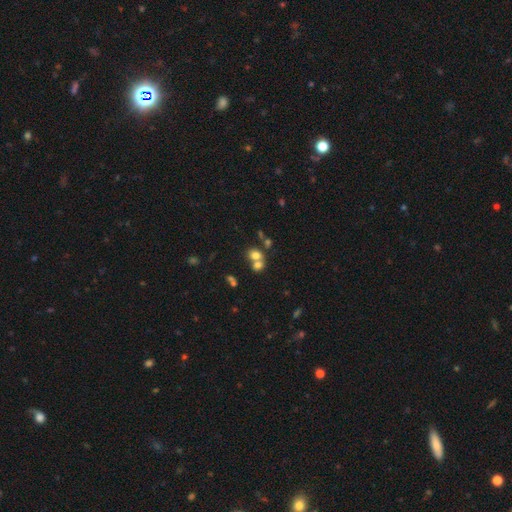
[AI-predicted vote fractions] This is likely a smooth galaxy (71%). How rounded: possibly round (58%). Merging: possibly merger (56%).